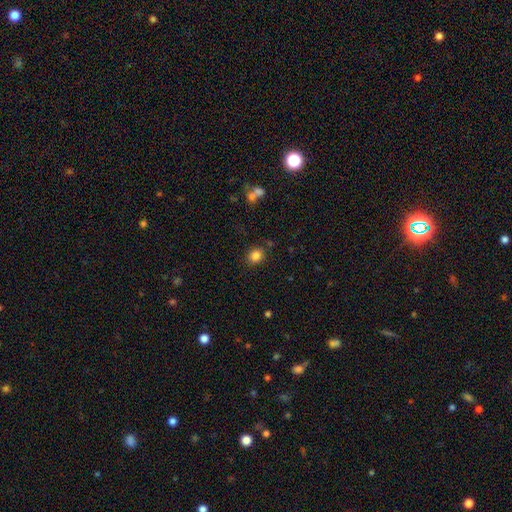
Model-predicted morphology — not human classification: A smooth galaxy with no disk features (83%) that is round (64%). Merging: none (83%).